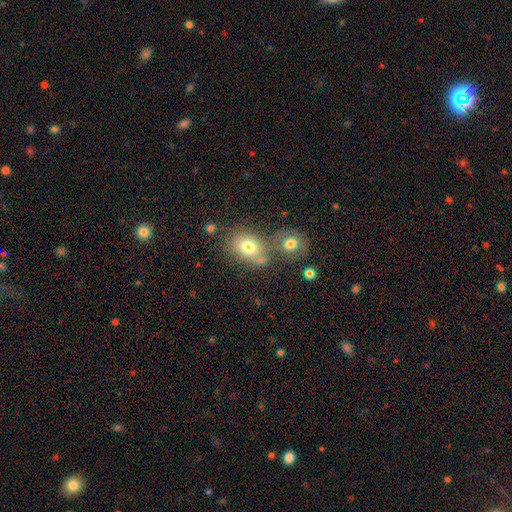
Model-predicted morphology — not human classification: Smooth or featured?
  - smooth: 70% *
  - star or artifact: 16%
  - featured or disk: 14%
How rounded?
  - round: 52% *
  - in between: 46%
  - cigar-shaped: 1%
Merging?
  - none: 53% *
  - merger: 32%
  - minor disturbance: 11%
  - major disturbance: 4%